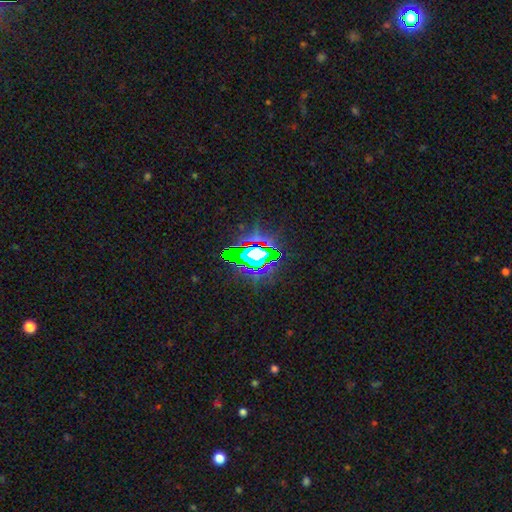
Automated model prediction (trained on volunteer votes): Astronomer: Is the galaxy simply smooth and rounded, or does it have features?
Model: star or artifact — 73%.